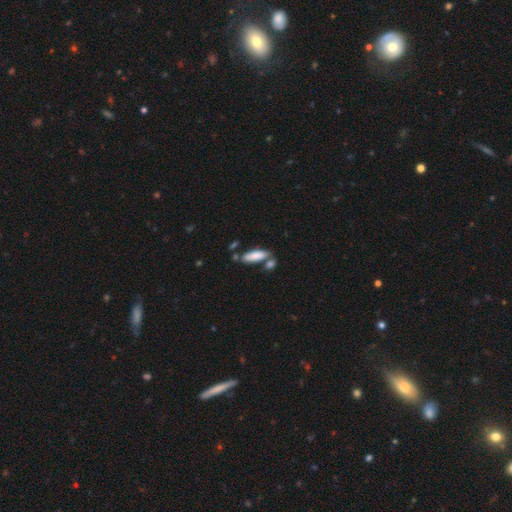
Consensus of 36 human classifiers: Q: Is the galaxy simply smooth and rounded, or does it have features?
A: smooth — 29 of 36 (81%).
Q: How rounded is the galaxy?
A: in between — 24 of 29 (83%).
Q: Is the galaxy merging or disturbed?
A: none — 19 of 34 (56%).